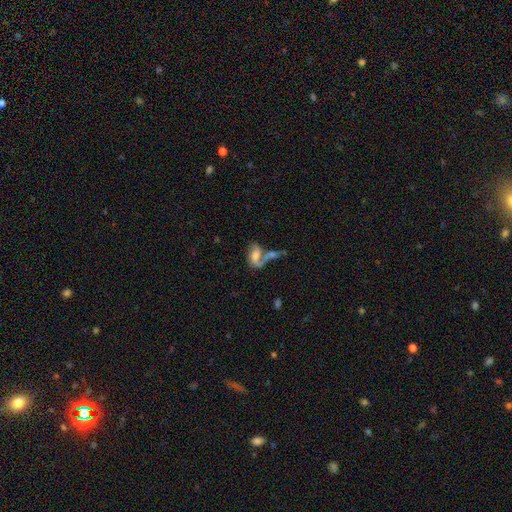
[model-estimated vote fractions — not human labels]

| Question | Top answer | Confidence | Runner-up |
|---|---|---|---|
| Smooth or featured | featured or disk | 54% | smooth (36%) |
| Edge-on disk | no | 93% | yes (7%) |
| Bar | no | 52% | weak (36%) |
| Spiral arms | yes | 74% | no (26%) |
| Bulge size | moderate | 39% | large (21%) |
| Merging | merger | 51% | none (23%) |